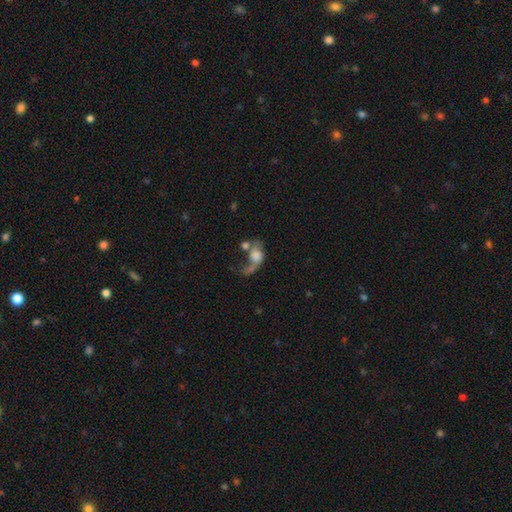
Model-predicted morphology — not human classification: smooth-or-featured: smooth: 45% | featured or disk: 43% | star or artifact: 12%
  merging: merger: 36% (tied) | major disturbance: 36% (tied) | none: 17% | minor disturbance: 11%